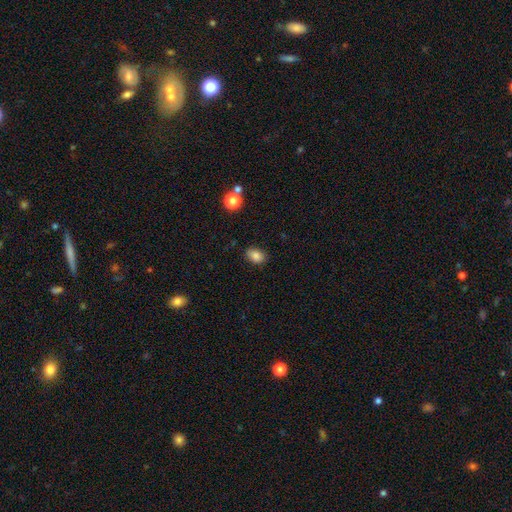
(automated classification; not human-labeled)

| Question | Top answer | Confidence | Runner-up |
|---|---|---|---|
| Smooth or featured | smooth | 84% | star or artifact (10%) |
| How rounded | in between | 80% | round (19%) |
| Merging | none | 84% | minor disturbance (12%) |